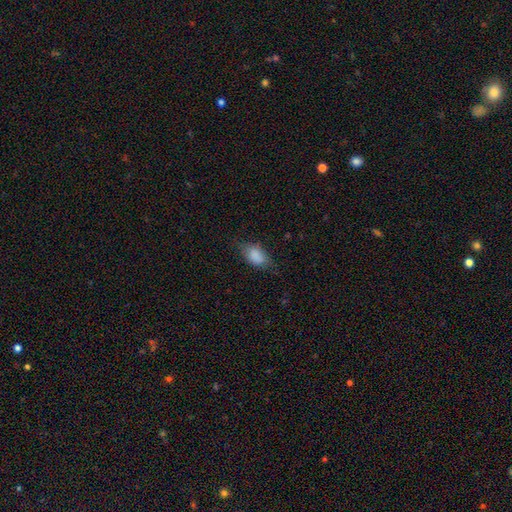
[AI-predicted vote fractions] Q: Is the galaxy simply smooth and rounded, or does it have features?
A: smooth — 84%.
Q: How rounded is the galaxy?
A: in between — 87%.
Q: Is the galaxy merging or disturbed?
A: none — 63%.